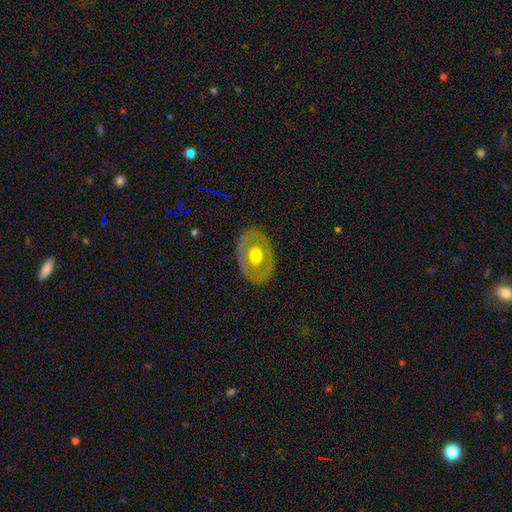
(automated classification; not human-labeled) featured or disk 55%, smooth 39%, star or artifact 6%. Down the decision tree: edge-on disk — no (92%); bar — no (87%); spiral arms — no (90%); bulge size — moderate (71%); merging — none (81%).